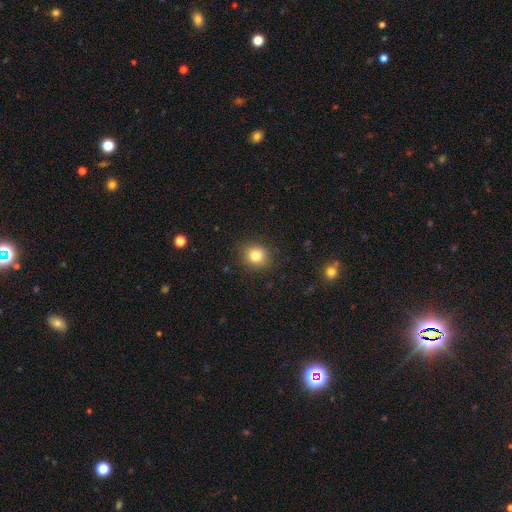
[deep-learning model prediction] Overall: smooth (82%). How rounded: round (85%). Merging: none (88%).